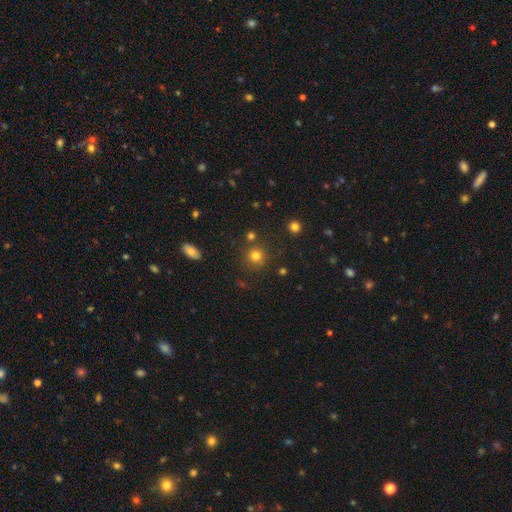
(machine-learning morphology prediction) This is likely a smooth galaxy (78%). How rounded: clearly round (90%). Merging: clearly none (81%).